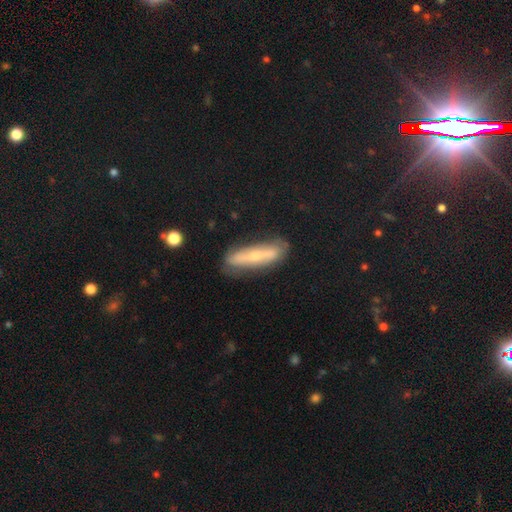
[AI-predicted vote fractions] Q: Smooth or featured?
A: featured or disk (56%); runner-up: smooth (37%)
Q: Edge-on disk?
A: yes (58%); runner-up: no (42%)
Q: Merging?
A: none (75%); runner-up: minor disturbance (17%)